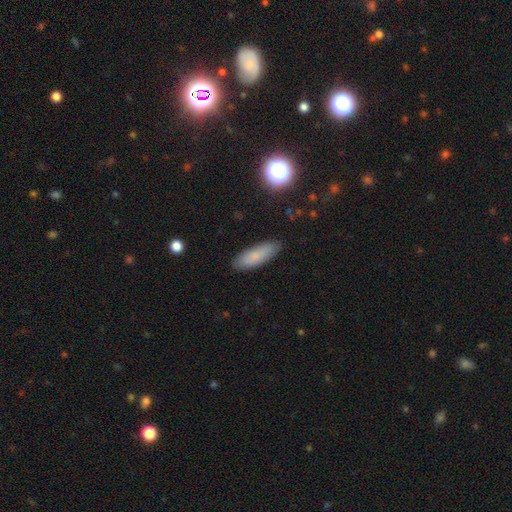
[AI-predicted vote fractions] A smooth galaxy with no disk features (81%) that is in between round and cigar-shaped (50%). Merging: none (87%).